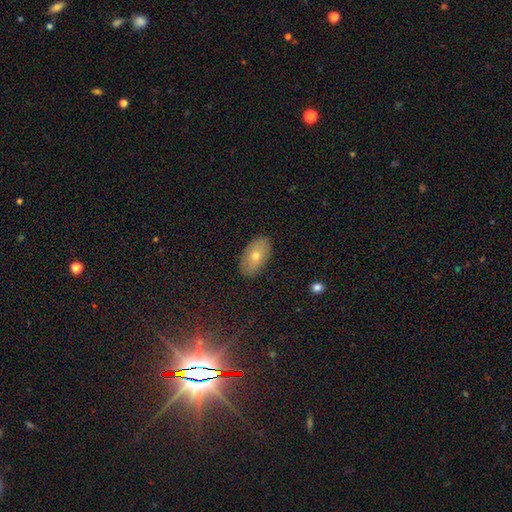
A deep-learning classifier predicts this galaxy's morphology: This is likely a smooth galaxy (66%). How rounded: clearly in between (92%). Merging: clearly none (87%).